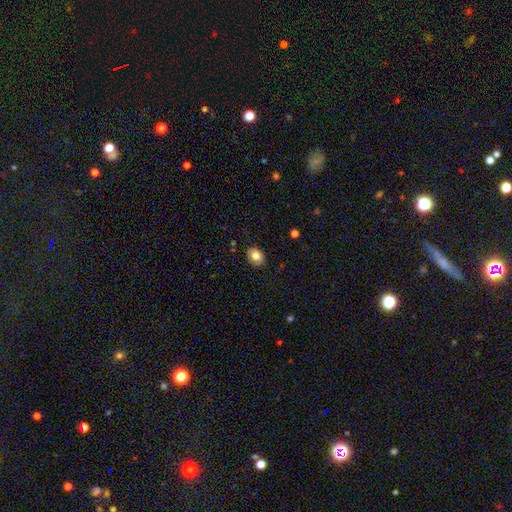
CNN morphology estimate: smooth-or-featured: smooth: 82% | featured or disk: 9% | star or artifact: 9%
  how-rounded: in between: 55% | round: 44% | cigar-shaped: 1%
  merging: none: 86% | minor disturbance: 10% | major disturbance: 2% | merger: 1%